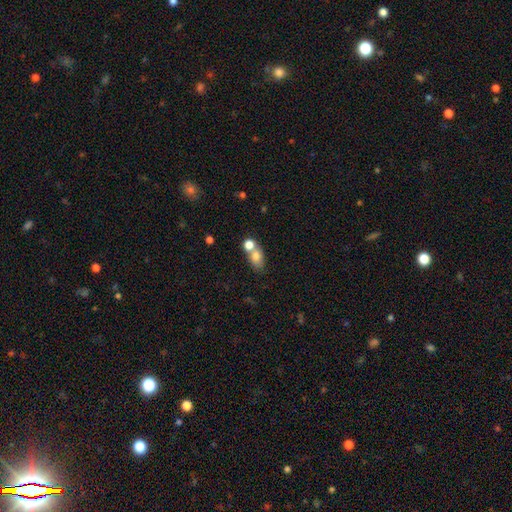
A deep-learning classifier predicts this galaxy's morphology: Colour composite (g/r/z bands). It shows a smooth galaxy with no disk features (76%) that is in between round and cigar-shaped (69%). Merging: merger (45%).